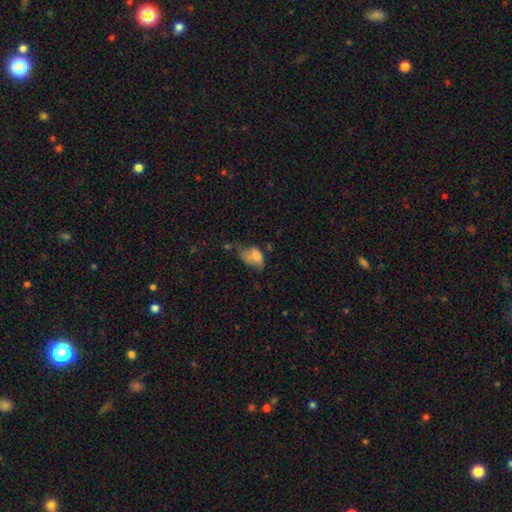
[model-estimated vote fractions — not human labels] smooth_or_featured: smooth (p=0.71) [alt: featured or disk p=0.19]
how_rounded: in between (p=0.88) [alt: round p=0.10]
merging: major disturbance (p=0.41) [alt: minor disturbance p=0.31]